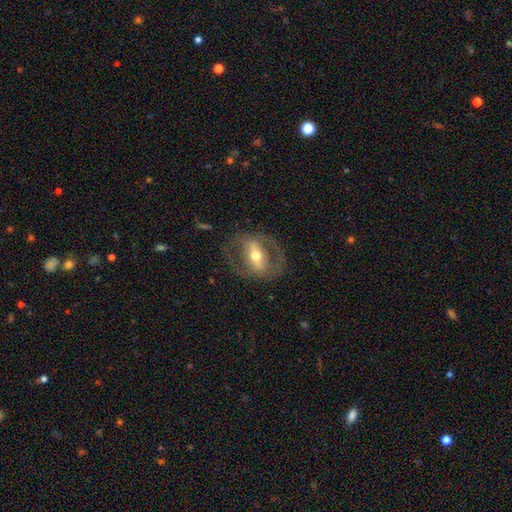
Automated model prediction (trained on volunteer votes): This is likely a featured or disk galaxy (72%). It is clearly not viewed edge-on (87%). Bar: possibly strong (56%). Spiral arm pattern: likely no (60%). Central bulge: likely moderate (67%). Merging: likely none (71%).